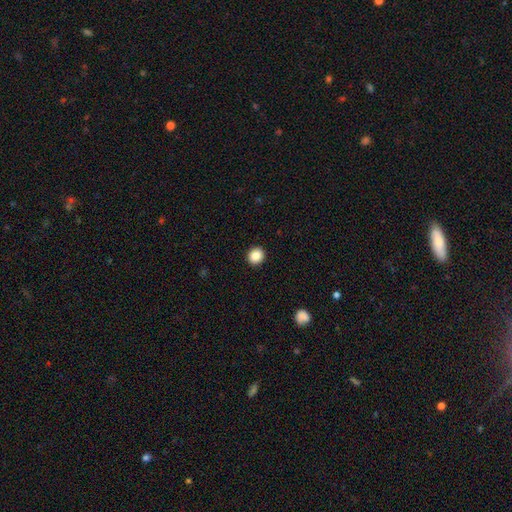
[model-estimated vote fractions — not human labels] smooth 87%, star or artifact 9%, featured or disk 4%. Down the decision tree: how rounded — round (87%); merging — none (93%).